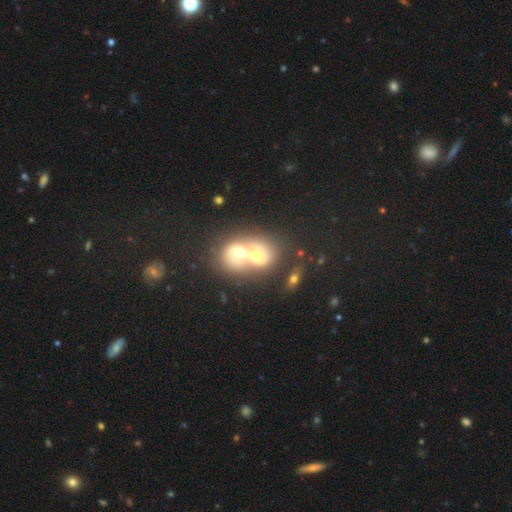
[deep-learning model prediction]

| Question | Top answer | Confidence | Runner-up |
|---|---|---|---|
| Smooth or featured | smooth | 55% | featured or disk (34%) |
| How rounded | round | 57% | in between (42%) |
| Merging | merger | 79% | none (13%) |